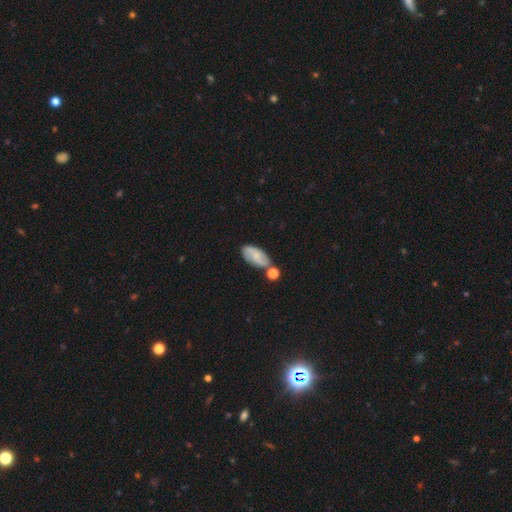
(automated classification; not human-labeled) Morphology: type=featured or disk (48%); merging=none (57%).